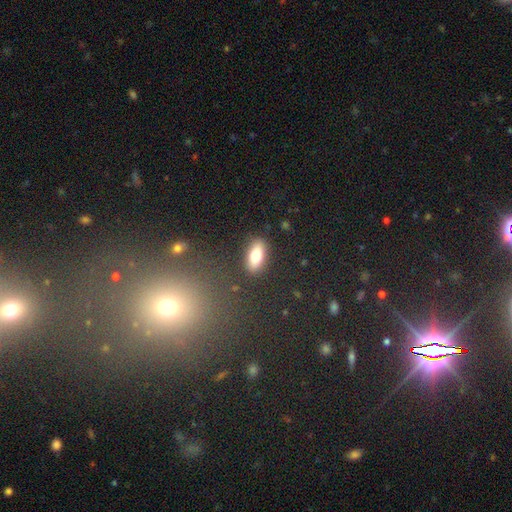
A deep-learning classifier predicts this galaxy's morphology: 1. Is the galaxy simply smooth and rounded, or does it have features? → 75% smooth, 17% featured or disk, 8% star or artifact.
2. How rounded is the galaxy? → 81% in between, 14% cigar-shaped, 5% round.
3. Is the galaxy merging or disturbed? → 87% none, 9% minor disturbance, 3% major disturbance, 2% merger.